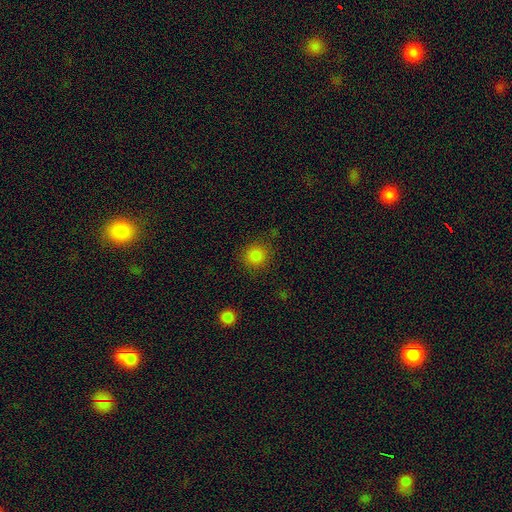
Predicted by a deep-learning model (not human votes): Overall: smooth (84%). How rounded: round (89%). Merging: none (82%).